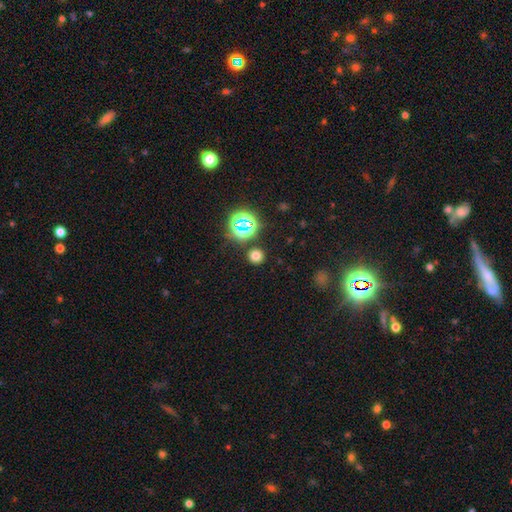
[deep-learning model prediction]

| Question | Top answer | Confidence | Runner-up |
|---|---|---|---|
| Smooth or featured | smooth | 69% | star or artifact (25%) |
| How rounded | round | 92% | in between (7%) |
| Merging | none | 88% | minor disturbance (6%) |